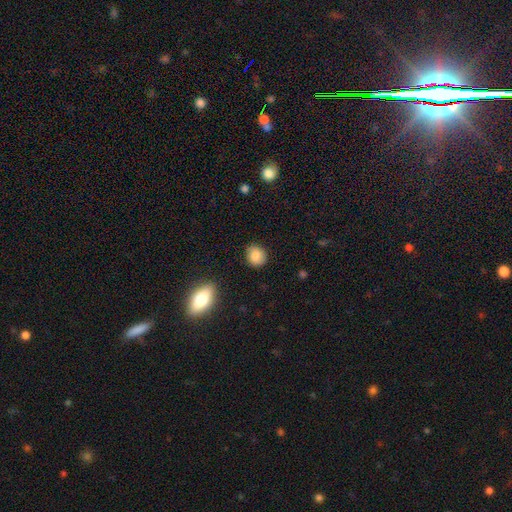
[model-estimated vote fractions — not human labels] Smooth or featured? smooth (85%)
How rounded? round (72%)
Merging? none (83%)